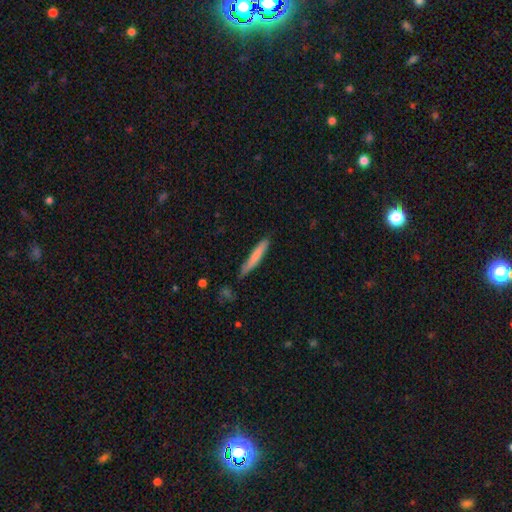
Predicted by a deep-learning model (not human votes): Smooth or featured? smooth (74%)
How rounded? cigar-shaped (94%)
Merging? none (77%)